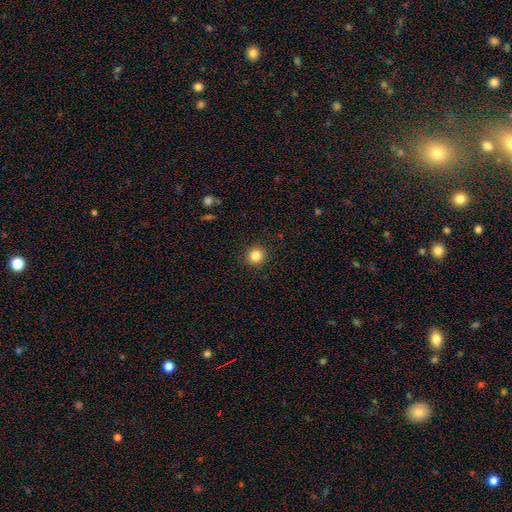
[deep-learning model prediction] A smooth galaxy with no disk features (85%) that is round (93%). Merging: none (92%).